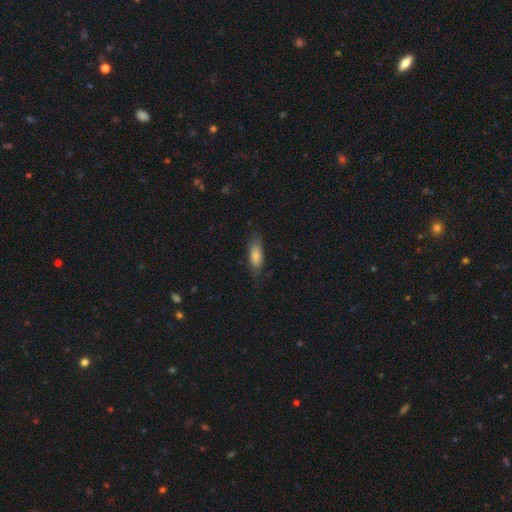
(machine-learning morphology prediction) Smooth or featured? Predicted: smooth (p=0.80). How rounded? Predicted: in between (p=0.78). Merging? Predicted: none (p=0.73).